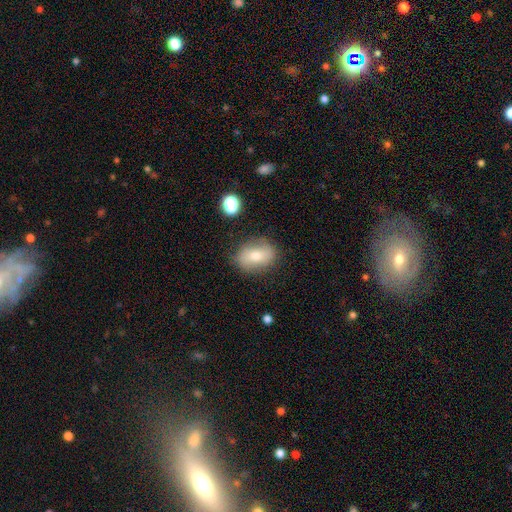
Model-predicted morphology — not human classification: smooth_or_featured: smooth (p=0.66) [alt: featured or disk p=0.25]
how_rounded: in between (p=0.77) [alt: round p=0.21]
merging: none (p=0.80) [alt: minor disturbance p=0.14]